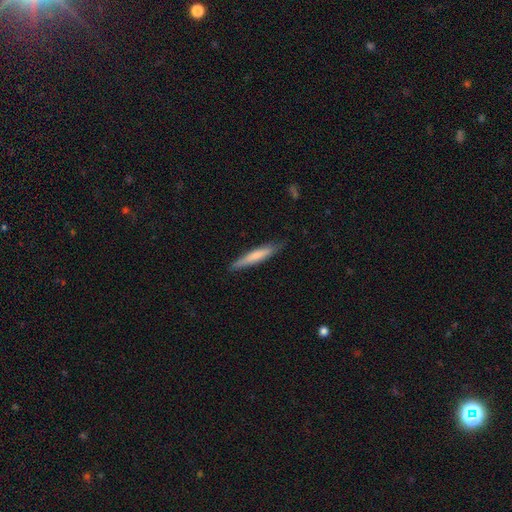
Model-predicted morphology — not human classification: Smooth or featured?
  - smooth: 67% *
  - featured or disk: 28%
  - star or artifact: 5%
How rounded?
  - cigar-shaped: 93% *
  - in between: 6%
  - round: 1%
Merging?
  - none: 84% *
  - minor disturbance: 13%
  - major disturbance: 2%
  - merger: 1%